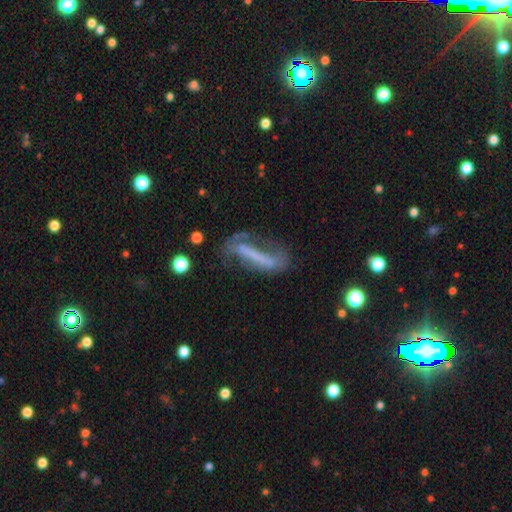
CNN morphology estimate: This appears to be a featured or disk galaxy (53%). Merging: none (38%).